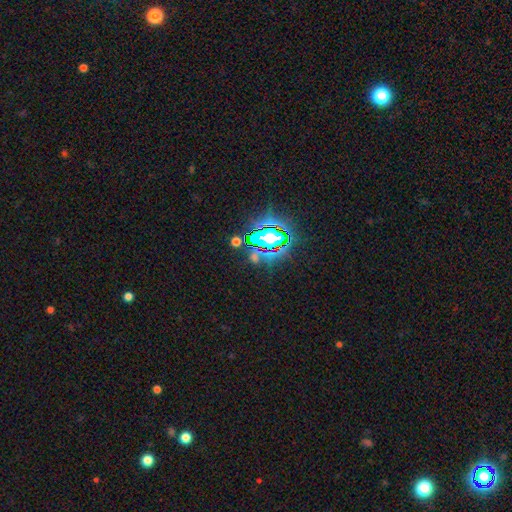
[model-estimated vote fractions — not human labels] The model was most divided on "smooth or featured": star or artifact: 73%, smooth: 17%, featured or disk: 10%.